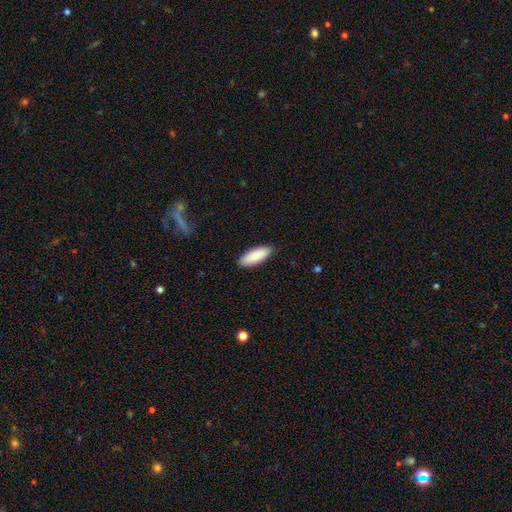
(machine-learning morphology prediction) This is clearly a smooth galaxy (89%). How rounded: likely in between (75%). Merging: clearly none (87%).